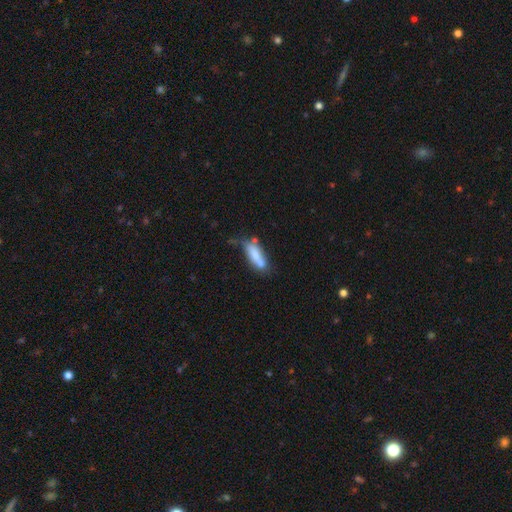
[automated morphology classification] The model was most divided on "merging": none: 40%, minor disturbance: 25%, merger: 24%, major disturbance: 11%. More confident: smooth or featured — smooth (70%); how rounded — in between (57%).